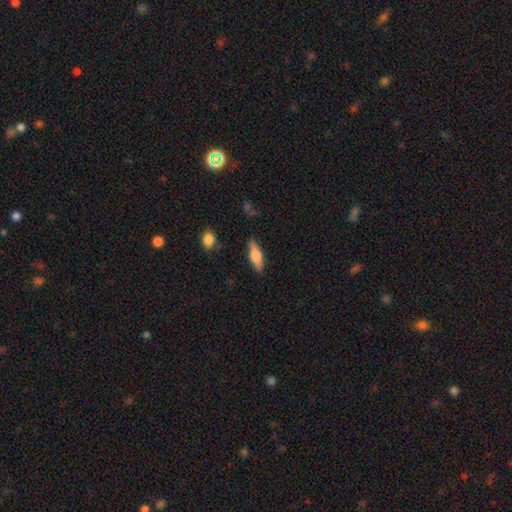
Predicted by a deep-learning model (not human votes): Smooth or featured? Predicted: smooth (p=0.62). How rounded? Predicted: cigar-shaped (p=0.51). Merging? Predicted: none (p=0.86).